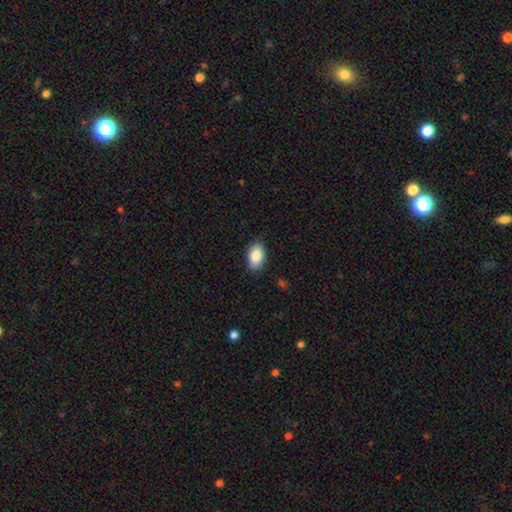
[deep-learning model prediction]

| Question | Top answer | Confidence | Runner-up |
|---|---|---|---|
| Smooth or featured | smooth | 87% | star or artifact (7%) |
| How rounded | in between | 93% | round (6%) |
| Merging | none | 86% | minor disturbance (11%) |